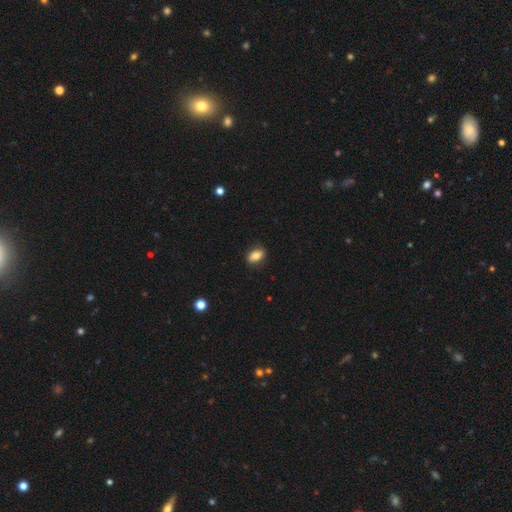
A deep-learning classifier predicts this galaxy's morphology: smooth-or-featured: smooth: 80% | featured or disk: 12% | star or artifact: 8%
  how-rounded: in between: 85% | round: 11% | cigar-shaped: 4%
  merging: none: 85% | minor disturbance: 11% | major disturbance: 2% | merger: 1%